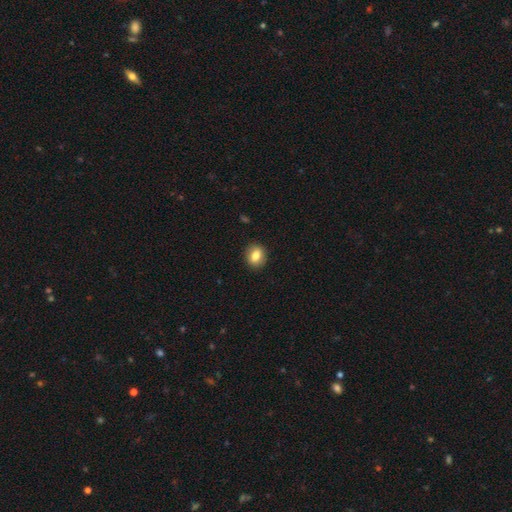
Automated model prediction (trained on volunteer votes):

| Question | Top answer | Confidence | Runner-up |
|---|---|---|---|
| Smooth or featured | smooth | 82% | featured or disk (9%) |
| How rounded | round | 55% | in between (44%) |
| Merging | none | 89% | minor disturbance (8%) |